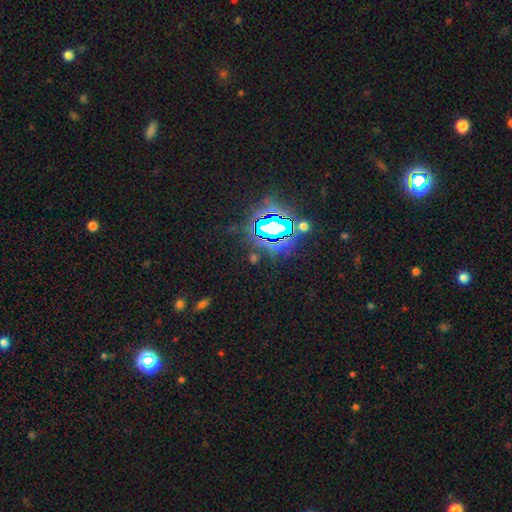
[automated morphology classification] Smooth or featured?
  - star or artifact: 78% *
  - smooth: 13%
  - featured or disk: 9%